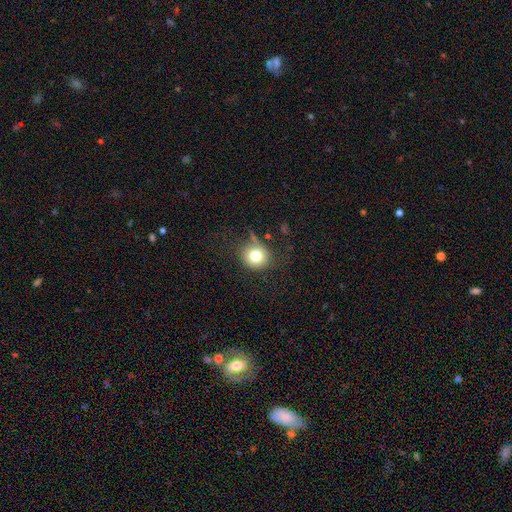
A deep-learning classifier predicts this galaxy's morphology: Smooth or featured? smooth (76%)
How rounded? round (85%)
Merging? none (68%)